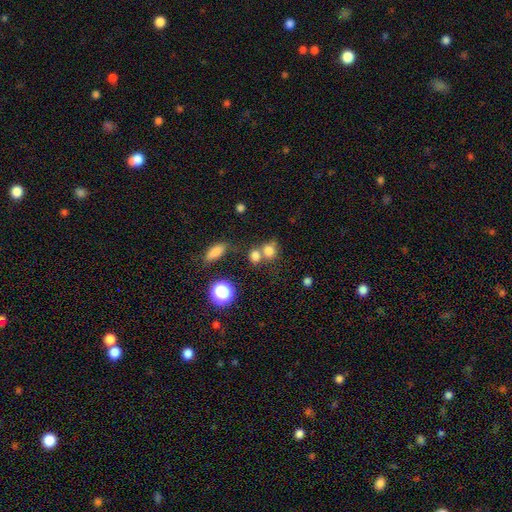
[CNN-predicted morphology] The model was most divided on "merging": none: 43%, merger: 42%, minor disturbance: 10%, major disturbance: 5%. More confident: smooth or featured — smooth (76%); how rounded — round (67%).